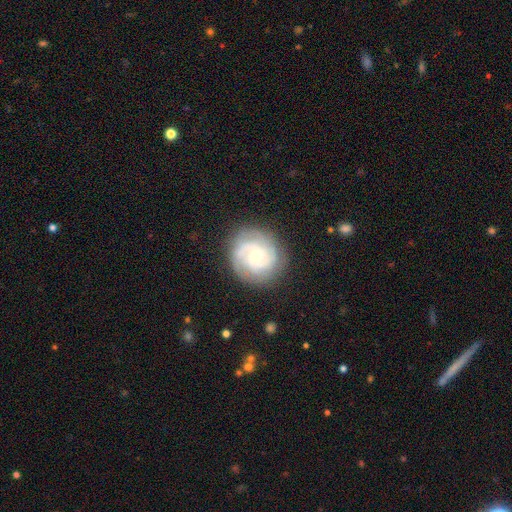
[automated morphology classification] The model was most divided on "spiral arm count": 3: 34%, 2: 29%, can't tell: 19%, 4: 8%, 1: 5%, more than 4: 5%. More confident: edge-on disk — no (98%); spiral arms — yes (96%); smooth or featured — featured or disk (83%); merging — none (83%); spiral winding — tight (69%); bar — no (67%); bulge size — small (53%).